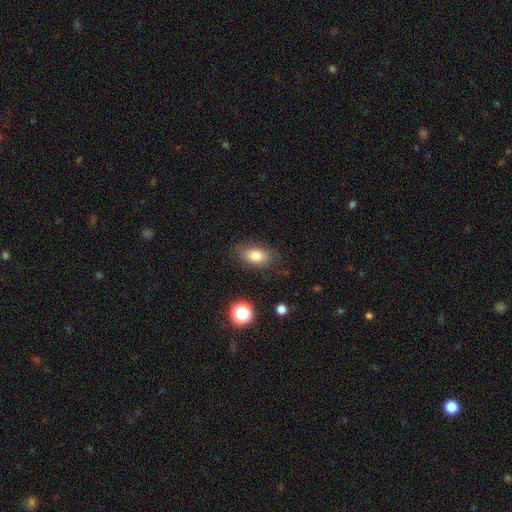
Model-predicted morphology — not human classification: smooth 81%, featured or disk 10%, star or artifact 9%. Down the decision tree: how rounded — in between (88%); merging — none (79%).